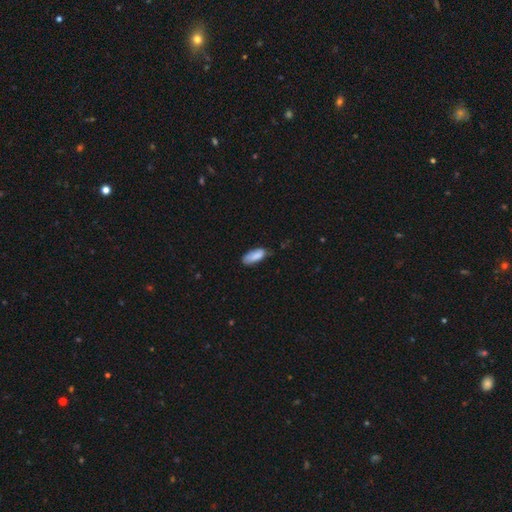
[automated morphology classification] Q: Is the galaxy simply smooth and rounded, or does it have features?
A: smooth — 84%.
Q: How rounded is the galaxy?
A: in between — 79%.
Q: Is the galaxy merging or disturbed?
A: none — 58%.